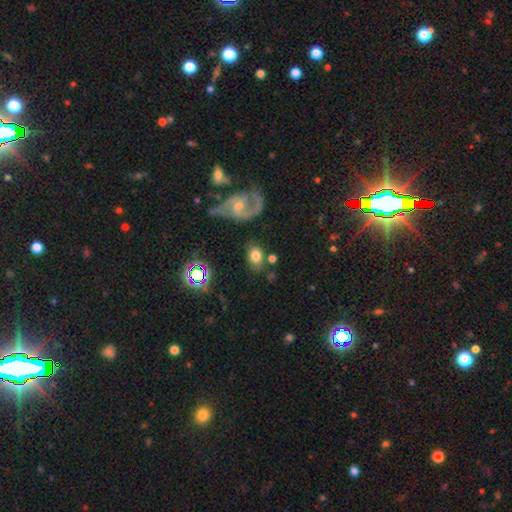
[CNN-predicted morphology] smooth-or-featured: smooth: 66% | featured or disk: 23% | star or artifact: 11%
  how-rounded: in between: 66% | round: 32% | cigar-shaped: 2%
  merging: none: 66% | minor disturbance: 17% | merger: 10% | major disturbance: 7%